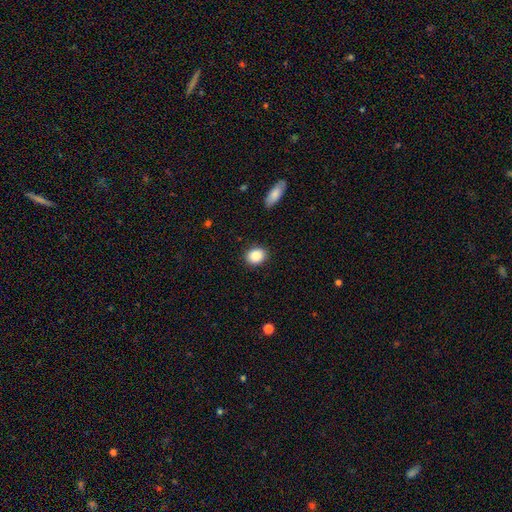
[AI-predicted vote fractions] Smooth or featured?
  - smooth: 88% *
  - star or artifact: 8%
  - featured or disk: 4%
How rounded?
  - round: 54% *
  - in between: 45%
  - cigar-shaped: 1%
Merging?
  - none: 88% *
  - minor disturbance: 9%
  - major disturbance: 2%
  - merger: 1%